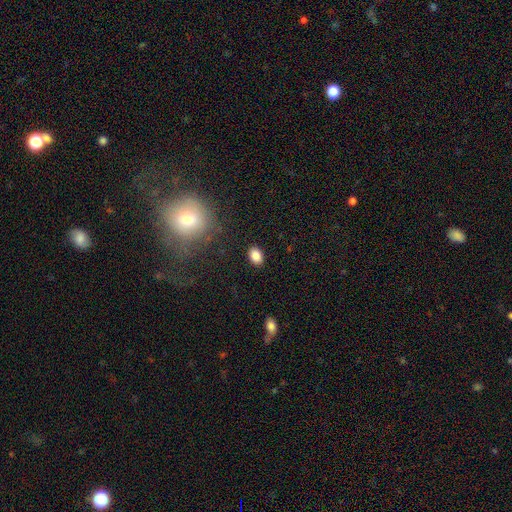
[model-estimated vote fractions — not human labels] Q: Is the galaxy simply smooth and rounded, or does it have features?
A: smooth — 85%.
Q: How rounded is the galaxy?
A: in between — 76%.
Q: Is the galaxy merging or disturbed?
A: none — 88%.